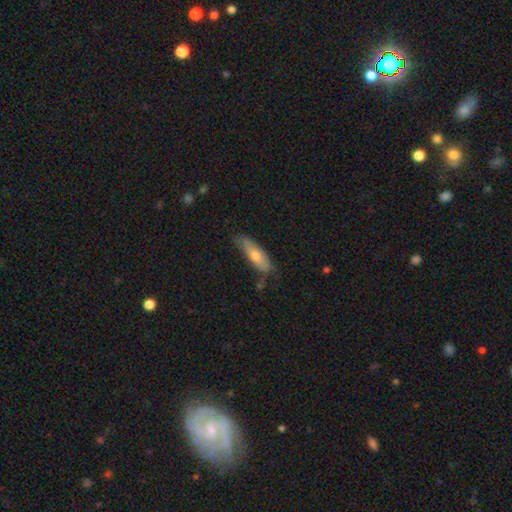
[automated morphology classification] Smooth or featured?
  - smooth: 62% *
  - featured or disk: 32%
  - star or artifact: 6%
How rounded?
  - cigar-shaped: 51% *
  - in between: 47%
  - round: 2%
Merging?
  - none: 62% *
  - minor disturbance: 29%
  - major disturbance: 7%
  - merger: 3%